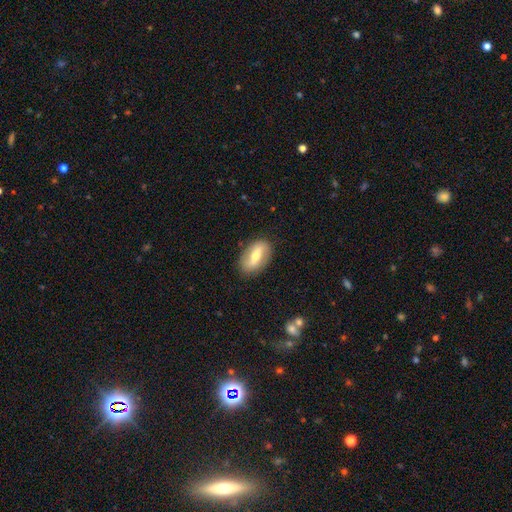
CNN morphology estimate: featured or disk 48%, smooth 45%, star or artifact 6%. Down the decision tree: merging — none (83%).